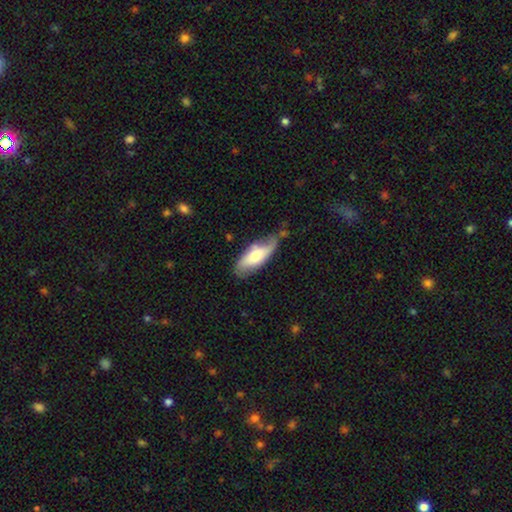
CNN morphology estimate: Overall: smooth (56%; featured or disk 38%). How rounded: in between (74%). Merging: none (54%; minor disturbance 32%).